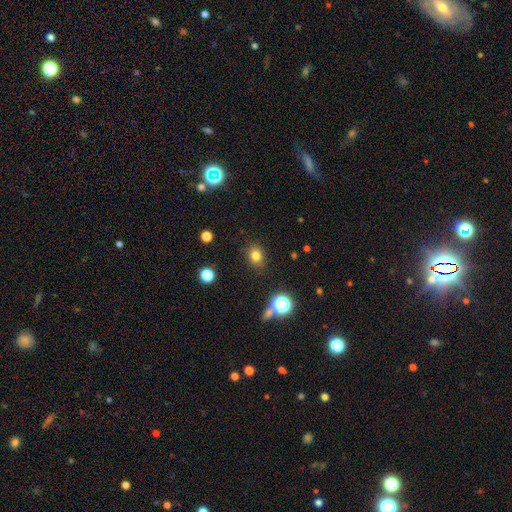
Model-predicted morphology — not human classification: Q: Smooth or featured?
A: smooth (79%); runner-up: star or artifact (15%)
Q: How rounded?
A: round (61%); runner-up: in between (38%)
Q: Merging?
A: none (86%); runner-up: minor disturbance (9%)